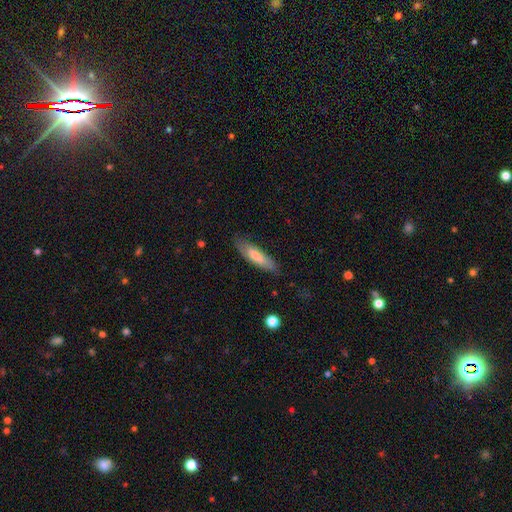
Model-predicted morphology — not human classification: smooth 65%, featured or disk 29%, star or artifact 6%. Down the decision tree: how rounded — cigar-shaped (68%); merging — none (79%).